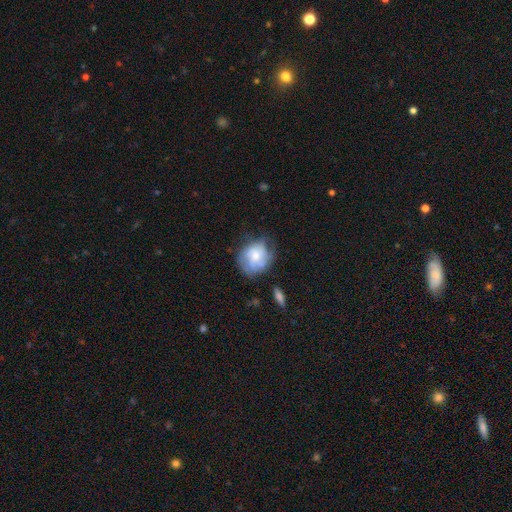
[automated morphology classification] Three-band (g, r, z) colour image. It shows a smooth galaxy with no disk features (48%). Merging: none (52%).